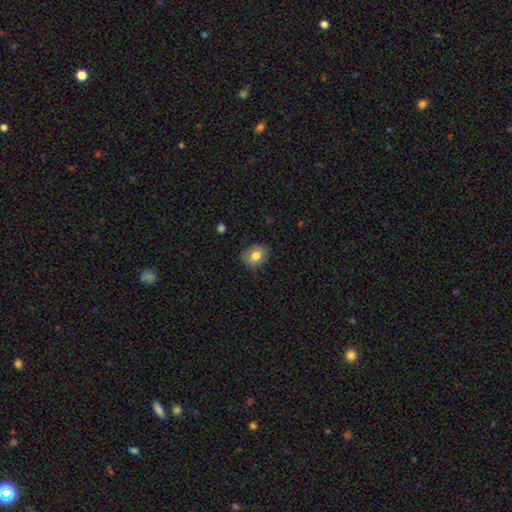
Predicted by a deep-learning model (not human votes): This is likely a smooth galaxy (78%). How rounded: possibly in between (50%). Merging: clearly none (81%).